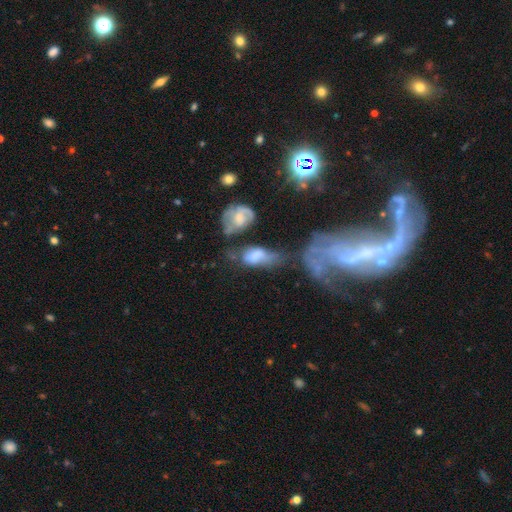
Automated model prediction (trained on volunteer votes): A smooth galaxy with no disk features (56%) that is in between round and cigar-shaped (82%). Merging: merger (31%).